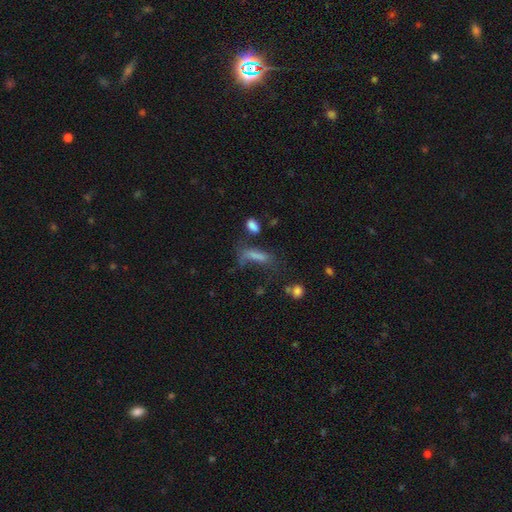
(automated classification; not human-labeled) Q: Smooth or featured?
A: smooth (58%); runner-up: featured or disk (21%)
Q: How rounded?
A: cigar-shaped (57%); runner-up: in between (38%)
Q: Merging?
A: none (41%); runner-up: major disturbance (28%)